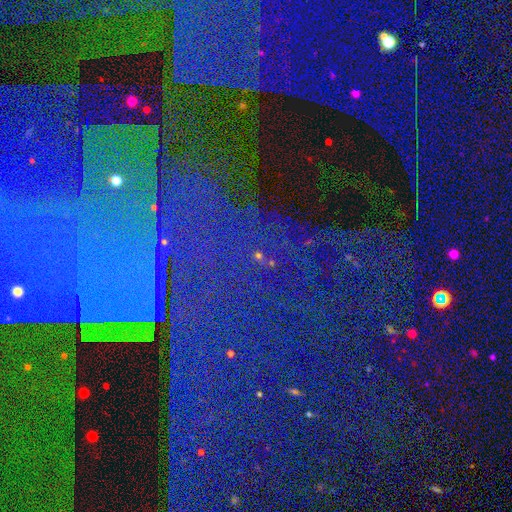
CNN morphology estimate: Smooth or featured?
  - star or artifact: 86% *
  - featured or disk: 7%
  - smooth: 7%